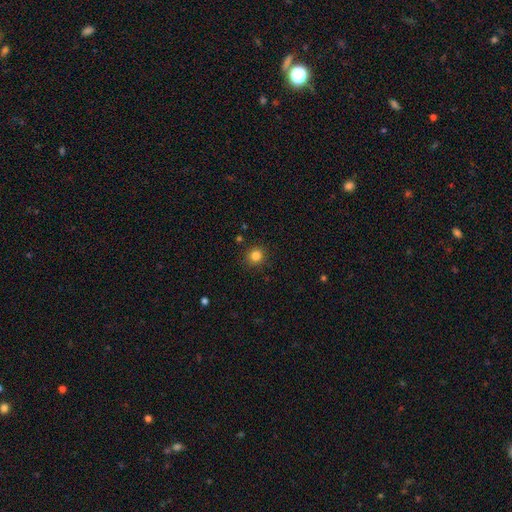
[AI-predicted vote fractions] A smooth galaxy with no disk features (83%) that is round (90%).

Vote fractions:
- Smooth or featured? smooth: 83% / star or artifact: 12% / featured or disk: 4%
- How rounded? round: 90% / in between: 9% / cigar-shaped: 1%
- Merging? none: 89% / minor disturbance: 7% / major disturbance: 2% / merger: 1%